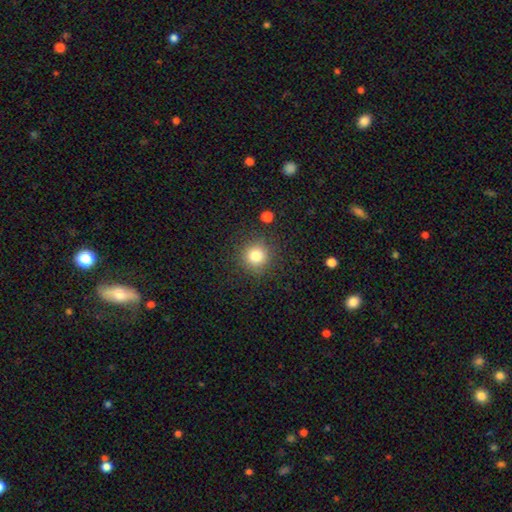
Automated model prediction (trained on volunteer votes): Smooth or featured? Predicted: smooth (p=0.81). How rounded? Predicted: round (p=0.92). Merging? Predicted: none (p=0.87).